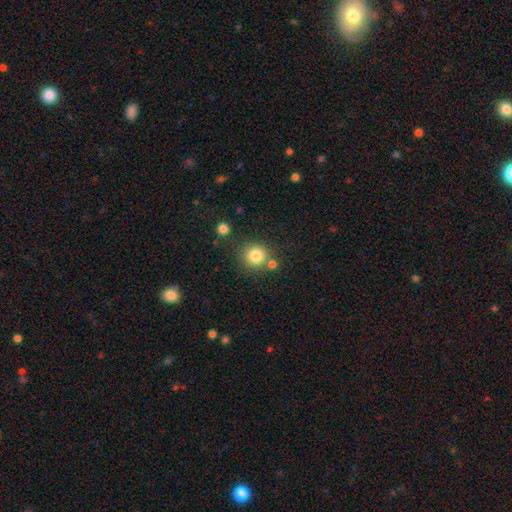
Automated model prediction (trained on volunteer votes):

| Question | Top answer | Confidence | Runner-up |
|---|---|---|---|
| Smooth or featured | smooth | 82% | star or artifact (11%) |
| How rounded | round | 91% | in between (8%) |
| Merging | none | 74% | merger (13%) |